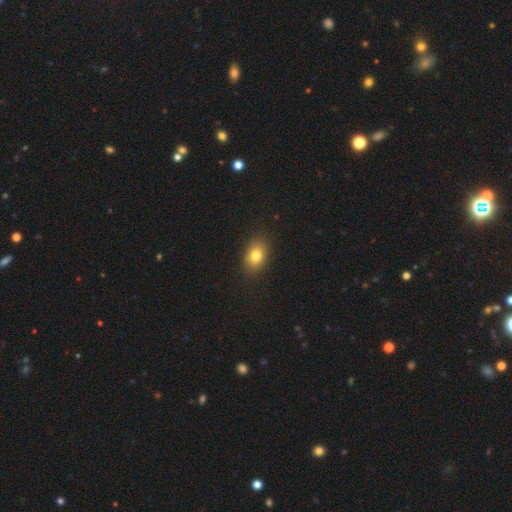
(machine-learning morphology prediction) Overall: smooth (80%). How rounded: in between (75%). Merging: none (86%).